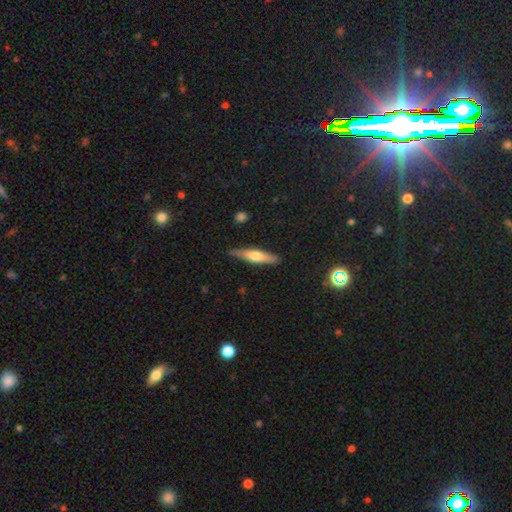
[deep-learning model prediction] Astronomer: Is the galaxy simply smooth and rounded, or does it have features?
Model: smooth — 50% (runner-up: featured or disk, 43%).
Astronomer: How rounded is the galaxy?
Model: cigar-shaped — 82%.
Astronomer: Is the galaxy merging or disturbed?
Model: none — 82%.